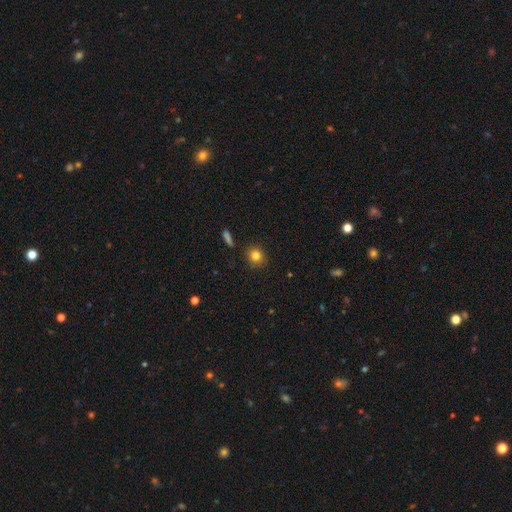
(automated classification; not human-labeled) Smooth or featured: smooth — 82% (star or artifact — 12%)
How rounded: round — 86% (in between — 13%)
Merging: none — 87% (minor disturbance — 9%)